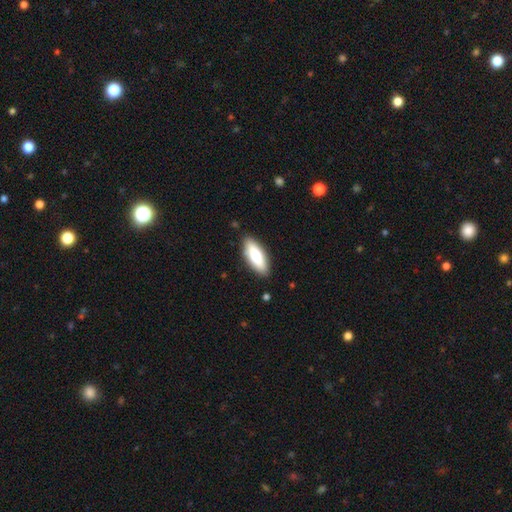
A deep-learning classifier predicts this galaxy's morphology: A smooth galaxy with no disk features (71%) that is in between round and cigar-shaped (71%). Merging: none (87%).